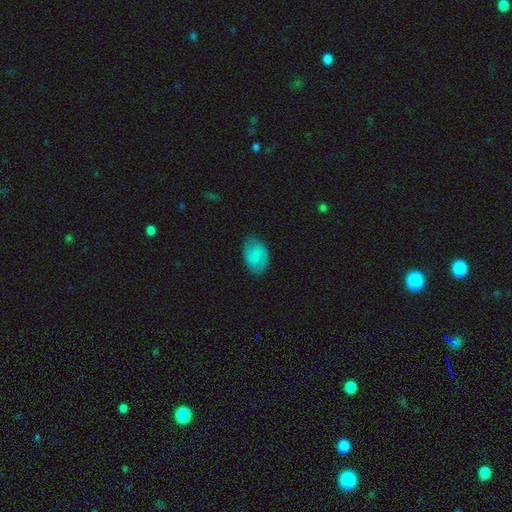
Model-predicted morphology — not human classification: A smooth galaxy with no disk features (53%) that is in between round and cigar-shaped (87%).

Vote fractions:
- Smooth or featured? smooth: 53% / featured or disk: 39% / star or artifact: 8%
- How rounded? in between: 87% / round: 11% / cigar-shaped: 1%
- Merging? none: 80% / minor disturbance: 15% / major disturbance: 4% / merger: 1%